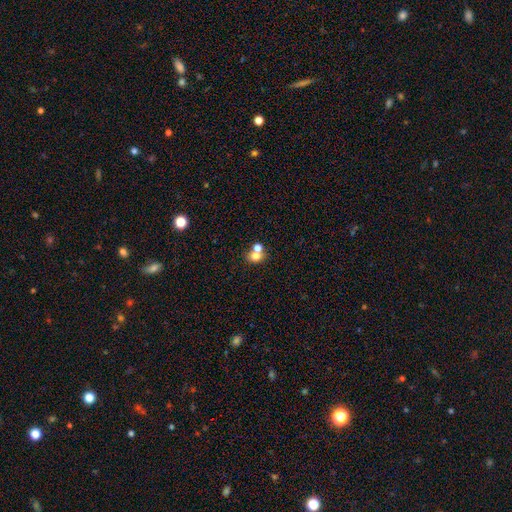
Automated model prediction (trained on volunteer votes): Smooth or featured?
  - smooth: 73% *
  - star or artifact: 14%
  - featured or disk: 14%
How rounded?
  - round: 65% *
  - in between: 34%
  - cigar-shaped: 1%
Merging?
  - merger: 48% *
  - none: 41%
  - minor disturbance: 7%
  - major disturbance: 3%